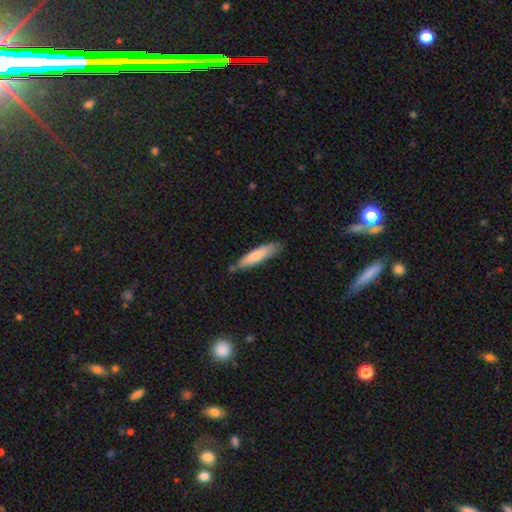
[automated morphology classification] The model was most divided on "smooth or featured": smooth: 75%, featured or disk: 20%, star or artifact: 5%. More confident: how rounded — cigar-shaped (78%); merging — none (75%).